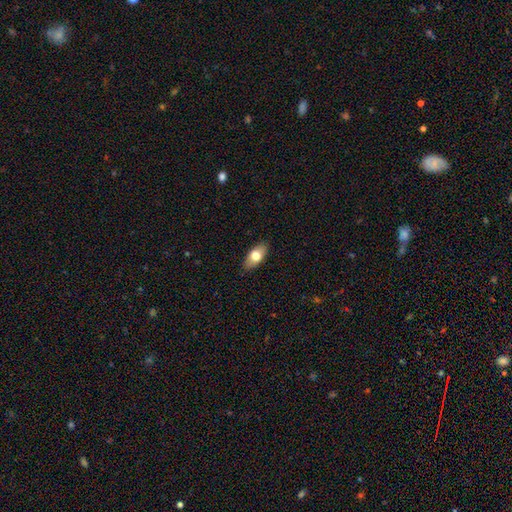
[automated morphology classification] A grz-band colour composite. It shows a smooth galaxy with no disk features (72%) that is in between round and cigar-shaped (89%). Merging: none (88%).